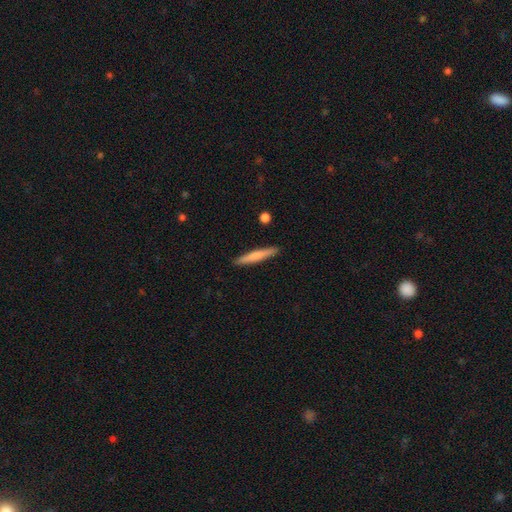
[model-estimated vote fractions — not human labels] smooth 68%, featured or disk 27%, star or artifact 5%. Down the decision tree: how rounded — cigar-shaped (95%); merging — none (91%).